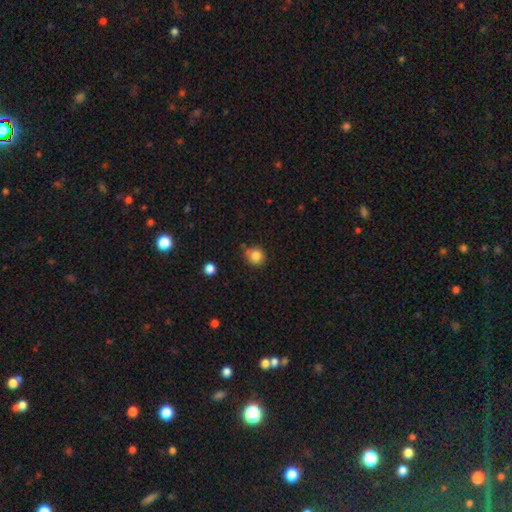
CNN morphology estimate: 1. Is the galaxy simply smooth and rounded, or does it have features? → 84% smooth, 11% star or artifact, 6% featured or disk.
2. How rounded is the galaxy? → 88% round, 11% in between, 1% cigar-shaped.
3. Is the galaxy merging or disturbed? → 74% none, 16% minor disturbance, 7% merger, 3% major disturbance.